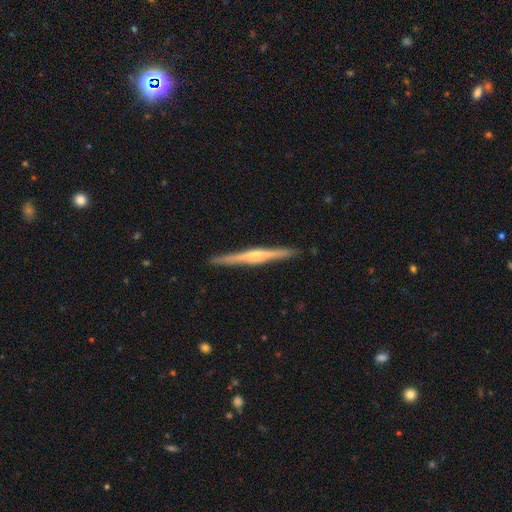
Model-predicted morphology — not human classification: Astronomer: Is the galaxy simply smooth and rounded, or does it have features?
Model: featured or disk — 79%.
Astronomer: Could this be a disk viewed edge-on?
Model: yes — 98%.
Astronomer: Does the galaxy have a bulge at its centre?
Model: rounded — 78%.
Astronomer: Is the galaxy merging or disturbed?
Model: none — 92%.